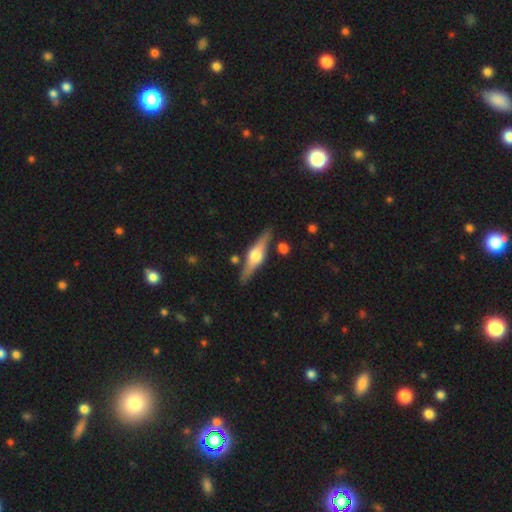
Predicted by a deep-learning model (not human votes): Smooth or featured: featured or disk — 76% (smooth — 18%)
Edge-on disk: yes — 97% (no — 3%)
Edge-on bulge: rounded — 94% (boxy — 5%)
Merging: none — 86% (minor disturbance — 8%)